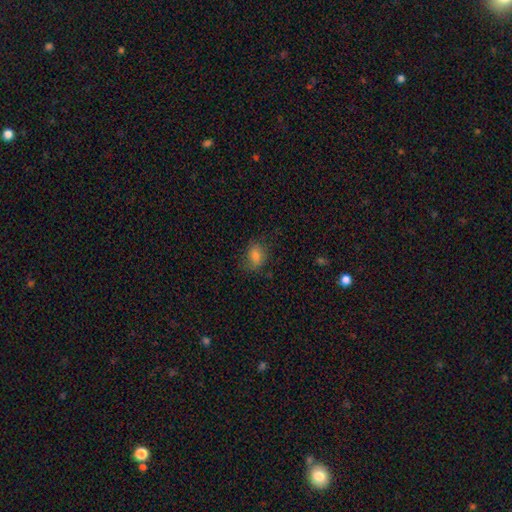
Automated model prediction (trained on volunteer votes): Smooth or featured?
  - smooth: 75% *
  - star or artifact: 14%
  - featured or disk: 11%
How rounded?
  - in between: 61% *
  - round: 37%
  - cigar-shaped: 2%
Merging?
  - none: 72% *
  - minor disturbance: 20%
  - major disturbance: 7%
  - merger: 1%